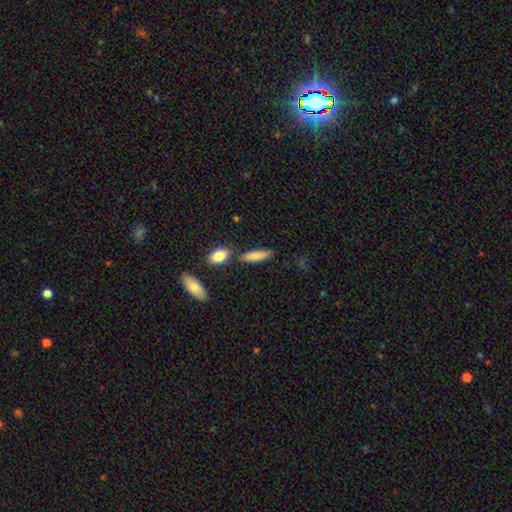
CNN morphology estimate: smooth 81%, featured or disk 13%, star or artifact 6%. Down the decision tree: how rounded — cigar-shaped (58%); merging — none (75%).